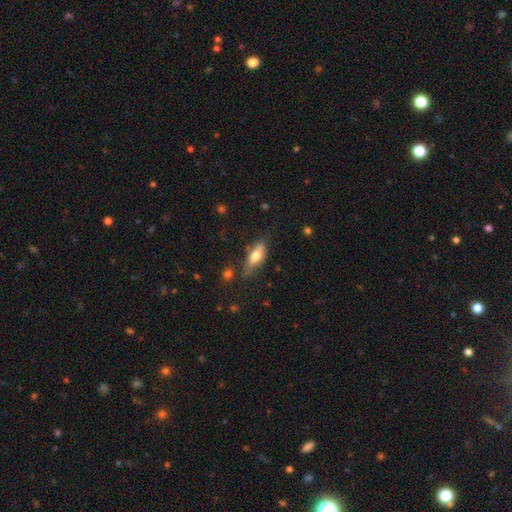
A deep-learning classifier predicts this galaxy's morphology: smooth 66%, featured or disk 27%, star or artifact 7%. Down the decision tree: how rounded — in between (71%); merging — none (64%).